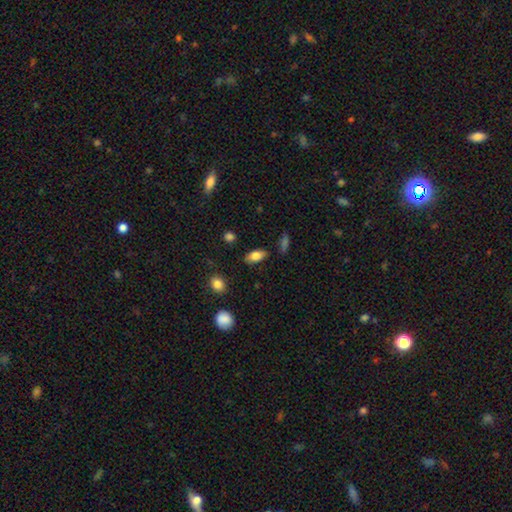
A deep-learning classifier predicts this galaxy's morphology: type=smooth (80%); roundness=in between (88%); merging=none (84%).